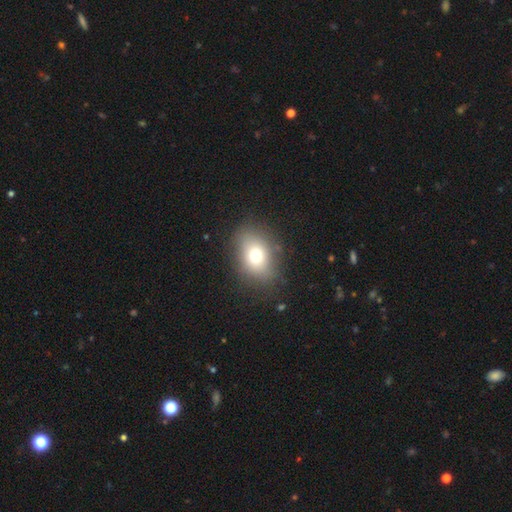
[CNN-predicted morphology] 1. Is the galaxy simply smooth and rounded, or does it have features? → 71% smooth, 16% featured or disk, 13% star or artifact.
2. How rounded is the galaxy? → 65% in between, 33% round, 1% cigar-shaped.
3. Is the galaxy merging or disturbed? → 80% none, 13% minor disturbance, 6% major disturbance, 1% merger.